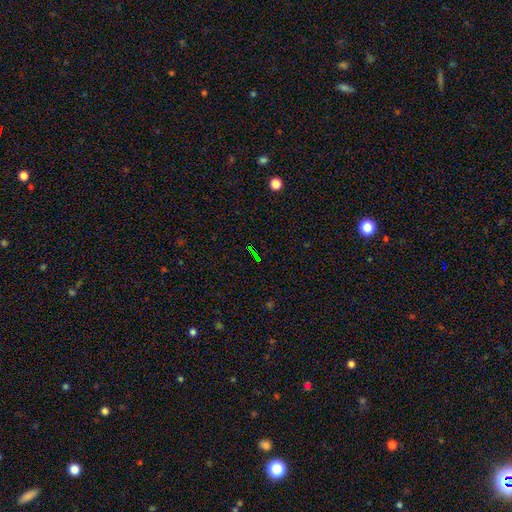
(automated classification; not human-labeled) This appears to be a star or artifact, not a galaxy (72%).